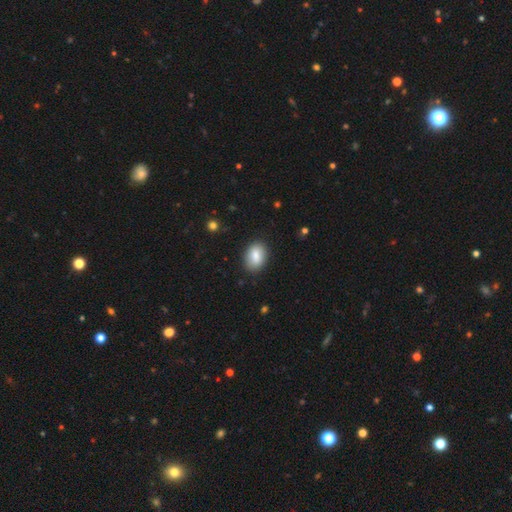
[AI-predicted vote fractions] Overall: smooth (84%). How rounded: in between (83%). Merging: none (86%).